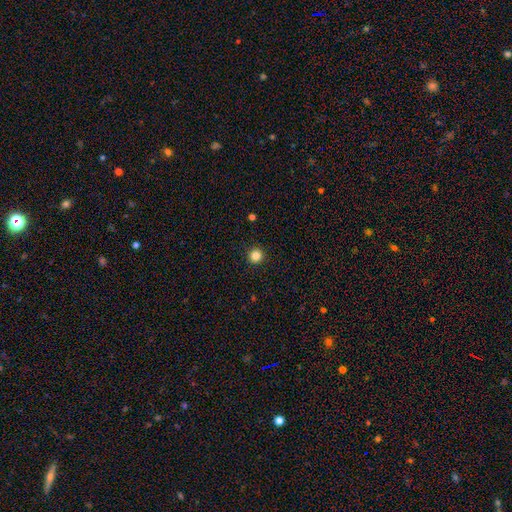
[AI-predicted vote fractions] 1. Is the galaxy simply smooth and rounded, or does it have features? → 85% smooth, 12% star or artifact, 4% featured or disk.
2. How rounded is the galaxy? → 95% round, 4% in between, 1% cigar-shaped.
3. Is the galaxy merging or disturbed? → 94% none, 4% minor disturbance, 1% major disturbance, 1% merger.